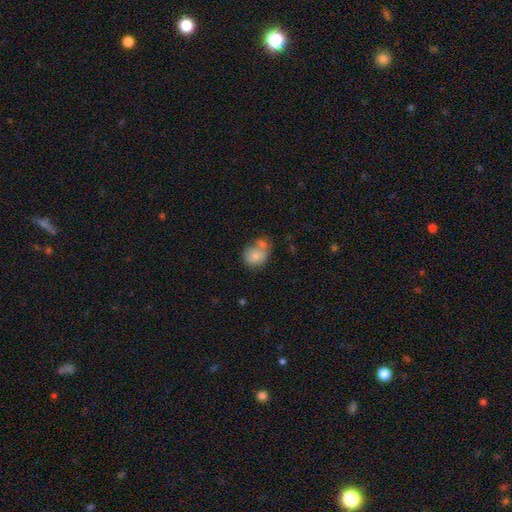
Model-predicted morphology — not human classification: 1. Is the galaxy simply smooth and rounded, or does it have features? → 76% smooth, 16% featured or disk, 8% star or artifact.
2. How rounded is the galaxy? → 70% round, 29% in between, 1% cigar-shaped.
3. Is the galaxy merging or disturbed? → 50% merger, 32% none, 13% minor disturbance, 5% major disturbance.